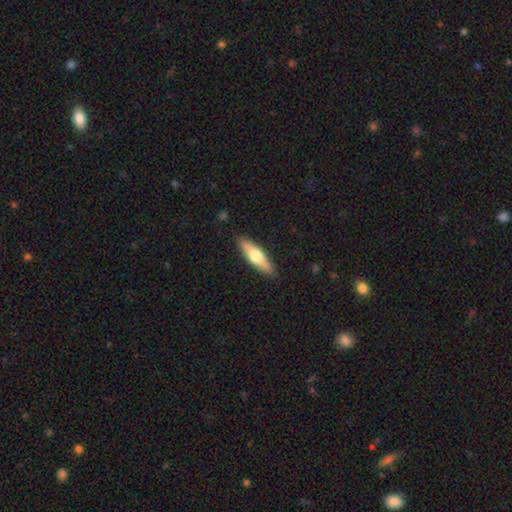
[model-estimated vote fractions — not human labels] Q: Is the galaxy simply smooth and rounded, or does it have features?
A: smooth — 55%.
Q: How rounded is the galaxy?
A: cigar-shaped — 63%.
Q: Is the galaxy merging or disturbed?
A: none — 88%.